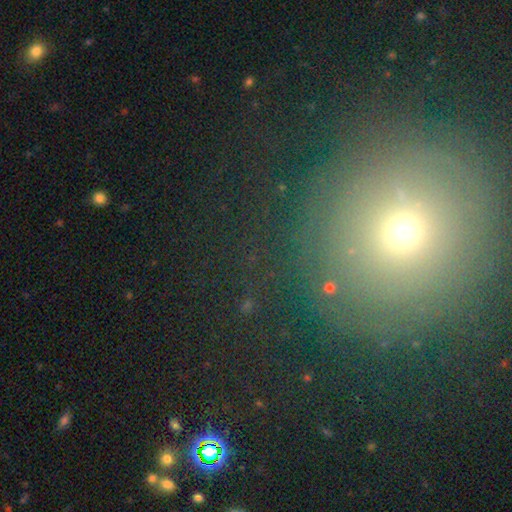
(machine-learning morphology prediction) The model was most divided on "smooth or featured": smooth: 52%, star or artifact: 33%, featured or disk: 16%. More confident: how rounded — round (92%); merging — none (81%).